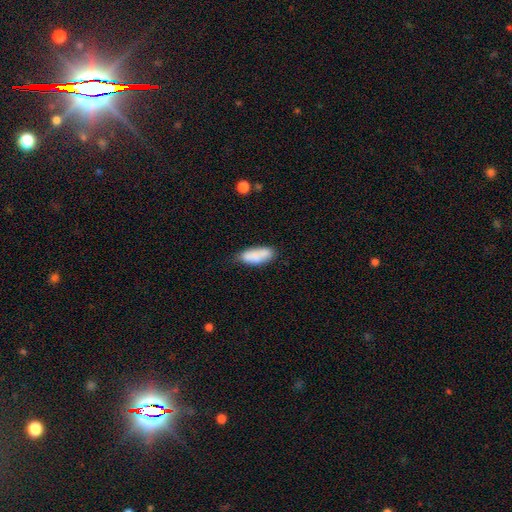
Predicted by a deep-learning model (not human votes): Smooth or featured? Predicted: smooth (p=0.81). How rounded? Predicted: in between (p=0.78). Merging? Predicted: none (p=0.59).